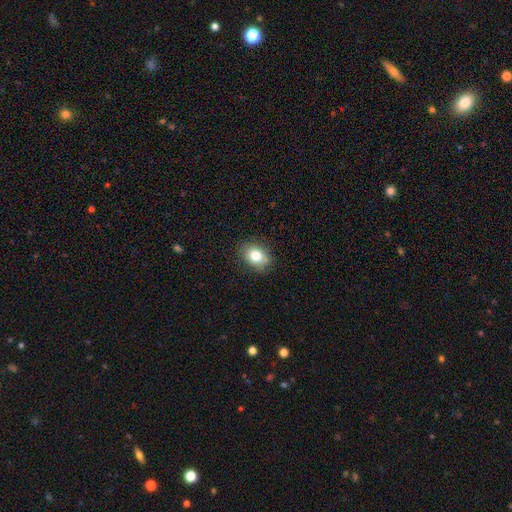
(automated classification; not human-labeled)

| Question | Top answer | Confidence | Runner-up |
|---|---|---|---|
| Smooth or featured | smooth | 80% | star or artifact (10%) |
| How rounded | in between | 58% | round (41%) |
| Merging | none | 82% | minor disturbance (13%) |